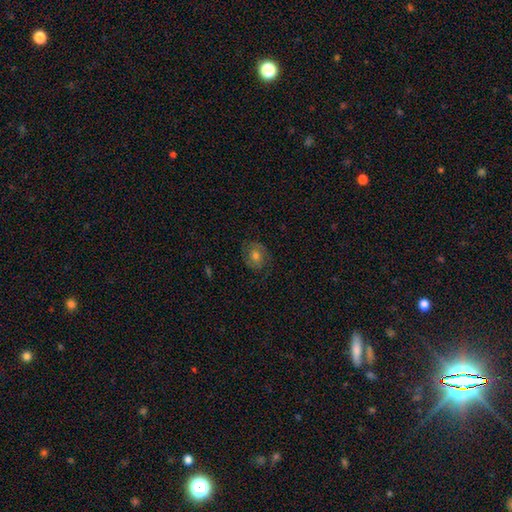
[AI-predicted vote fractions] Q: Smooth or featured?
A: featured or disk (49%); runner-up: smooth (36%)
Q: Merging?
A: none (77%); runner-up: minor disturbance (15%)